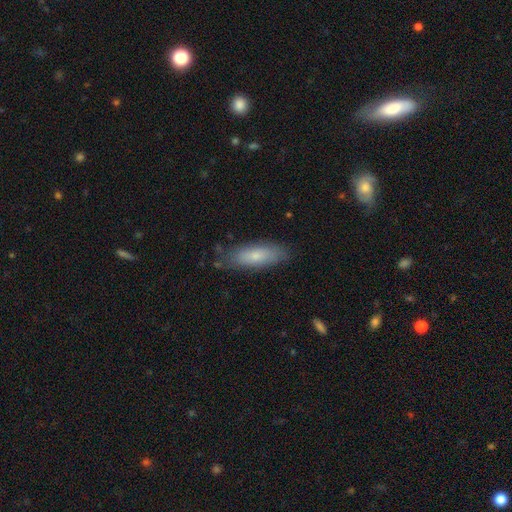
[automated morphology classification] Smooth or featured: smooth — 72% (featured or disk — 22%)
How rounded: in between — 56% (cigar-shaped — 42%)
Merging: none — 77% (minor disturbance — 17%)